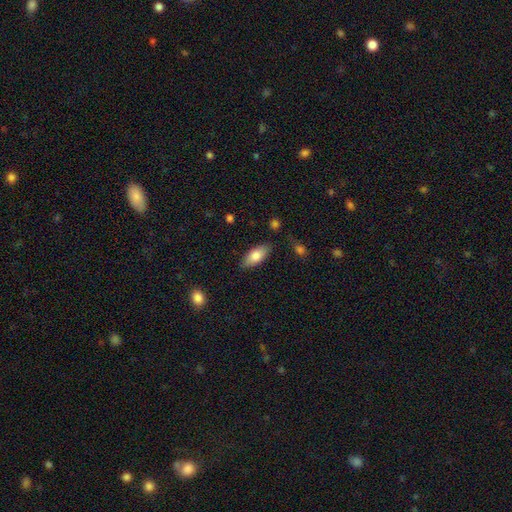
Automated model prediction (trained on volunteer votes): Smooth or featured?
  - smooth: 78% *
  - featured or disk: 16%
  - star or artifact: 6%
How rounded?
  - in between: 84% *
  - cigar-shaped: 13%
  - round: 2%
Merging?
  - none: 83% *
  - minor disturbance: 12%
  - major disturbance: 3%
  - merger: 2%